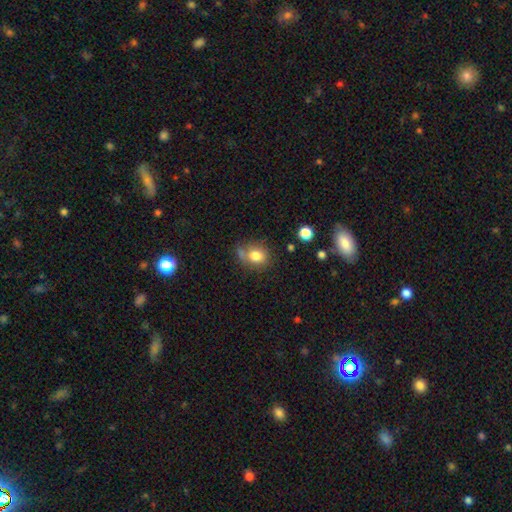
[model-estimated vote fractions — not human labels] Smooth or featured: smooth — 80% (star or artifact — 11%)
How rounded: round — 61% (in between — 38%)
Merging: none — 58% (minor disturbance — 22%)